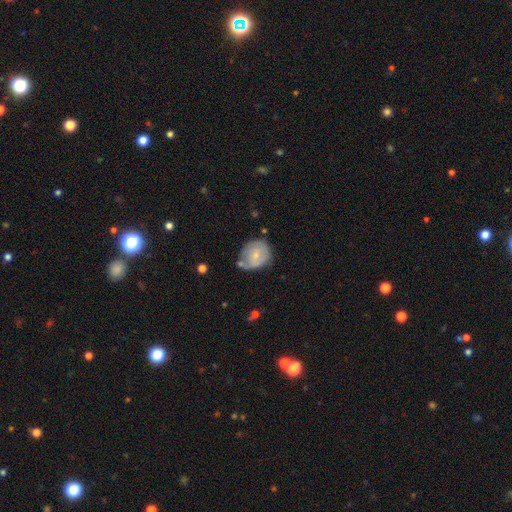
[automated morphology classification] Smooth or featured? smooth (60%)
How rounded? round (66%)
Merging? none (45%)